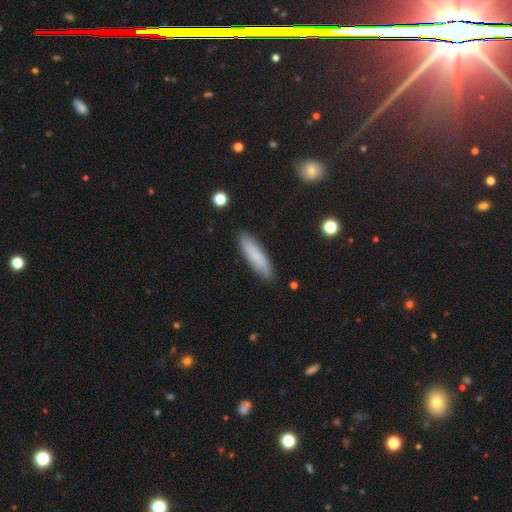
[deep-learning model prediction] smooth-or-featured: smooth: 78% | featured or disk: 15% | star or artifact: 7%
  how-rounded: cigar-shaped: 70% | in between: 28% | round: 1%
  merging: none: 88% | minor disturbance: 9% | major disturbance: 2% | merger: 1%